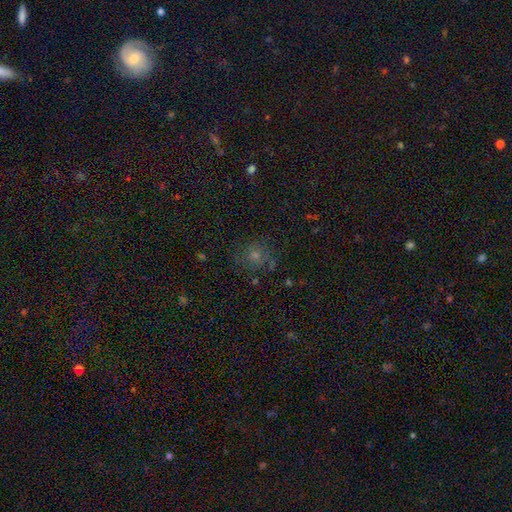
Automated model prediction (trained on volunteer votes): smooth_or_featured: smooth (p=0.58) [alt: star or artifact p=0.28]
how_rounded: round (p=0.86) [alt: in between p=0.13]
merging: none (p=0.72) [alt: minor disturbance p=0.16]